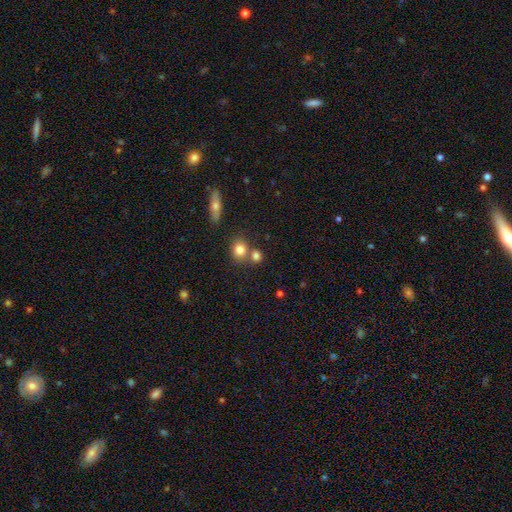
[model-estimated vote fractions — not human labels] smooth_or_featured: smooth (p=0.79) [alt: star or artifact p=0.12]
how_rounded: round (p=0.74) [alt: in between p=0.24]
merging: none (p=0.56) [alt: merger p=0.32]